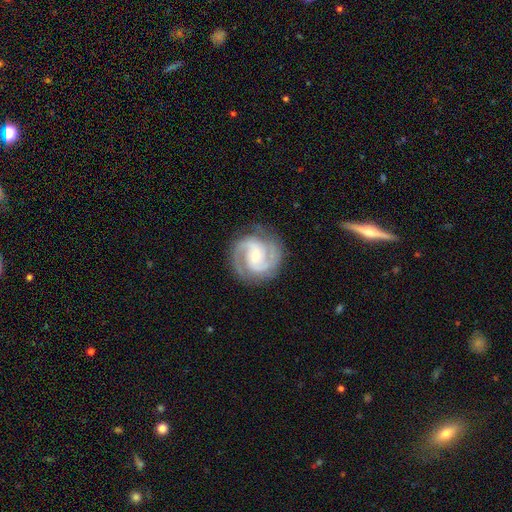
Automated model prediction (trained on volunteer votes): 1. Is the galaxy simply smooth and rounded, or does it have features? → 91% featured or disk, 5% smooth, 4% star or artifact.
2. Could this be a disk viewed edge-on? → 98% no, 2% yes.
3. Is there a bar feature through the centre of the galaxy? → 45% weak, 40% no, 16% strong.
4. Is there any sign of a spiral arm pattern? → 98% yes, 2% no.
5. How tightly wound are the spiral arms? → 47% medium, 46% tight, 7% loose.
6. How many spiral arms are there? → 74% 2, 14% 3, 5% can't tell, 2% 4, 2% 1, 2% more than 4.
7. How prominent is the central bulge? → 56% small, 41% moderate, 2% large, 1% none, 1% dominant.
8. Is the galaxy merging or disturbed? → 83% none, 12% minor disturbance, 4% major disturbance, 1% merger.